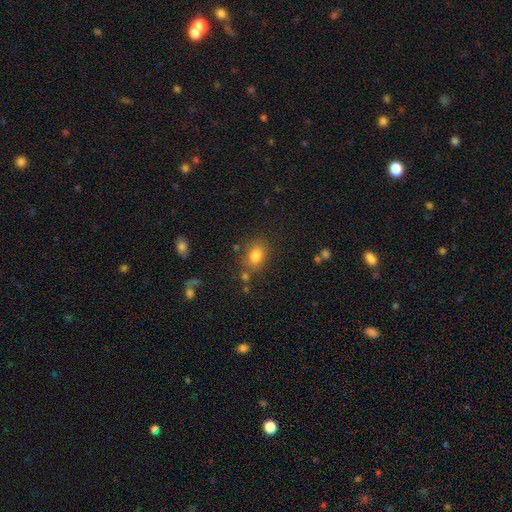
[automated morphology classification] The model was most divided on "how rounded": in between: 68%, round: 30%, cigar-shaped: 1%. More confident: smooth or featured — smooth (82%); merging — none (76%).